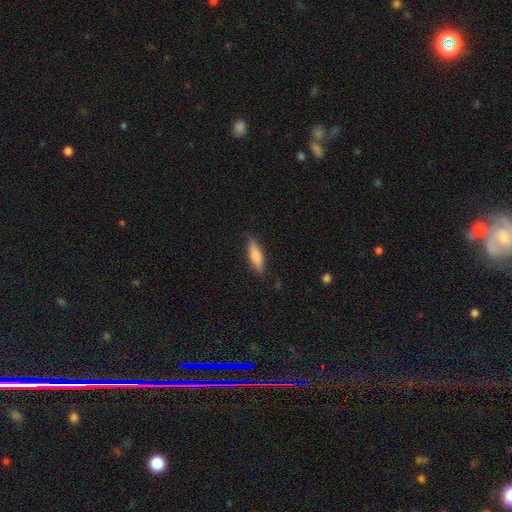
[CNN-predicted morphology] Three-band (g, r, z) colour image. It shows a smooth galaxy with no disk features (68%) that is cigar-shaped (61%). Merging: none (84%).